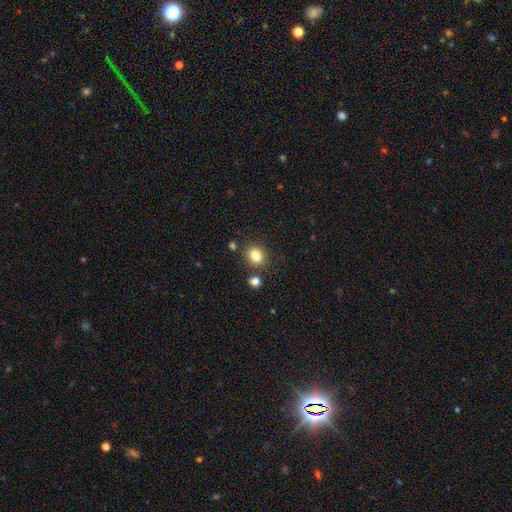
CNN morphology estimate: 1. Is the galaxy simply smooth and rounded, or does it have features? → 83% smooth, 11% star or artifact, 6% featured or disk.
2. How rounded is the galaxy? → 67% round, 32% in between, 1% cigar-shaped.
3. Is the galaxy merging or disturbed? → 81% none, 10% minor disturbance, 7% merger, 3% major disturbance.